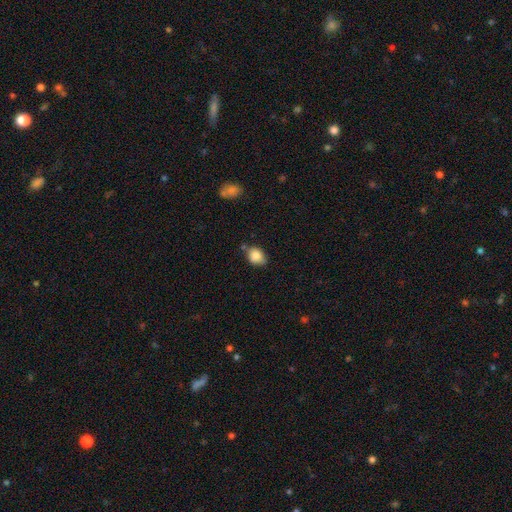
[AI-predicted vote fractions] The model was most divided on "how rounded": in between: 60%, round: 39%, cigar-shaped: 1%. More confident: smooth or featured — smooth (85%); merging — none (59%).